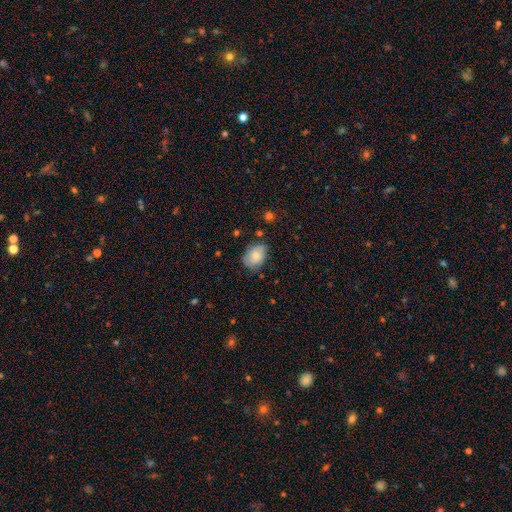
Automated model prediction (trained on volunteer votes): Smooth or featured: smooth — 62% (featured or disk — 30%)
How rounded: in between — 73% (round — 26%)
Merging: none — 58% (minor disturbance — 32%)